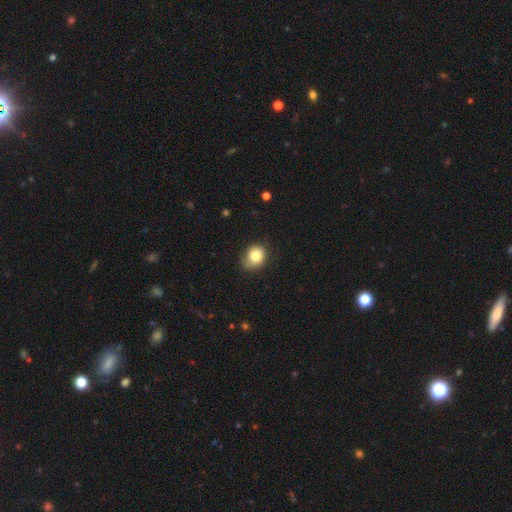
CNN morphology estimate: This is clearly a smooth galaxy (81%). How rounded: likely round (64%). Merging: likely none (66%).